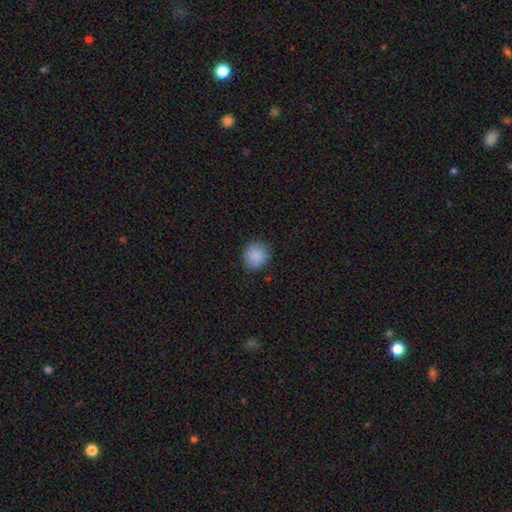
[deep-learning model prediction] A smooth galaxy with no disk features (89%) that is round (87%). Merging: none (86%).